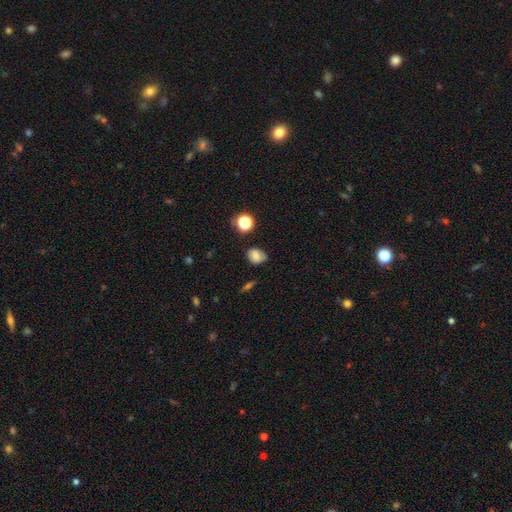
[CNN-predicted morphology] Smooth or featured? Predicted: smooth (p=0.75). How rounded? Predicted: in between (p=0.53). Merging? Predicted: none (p=0.68).